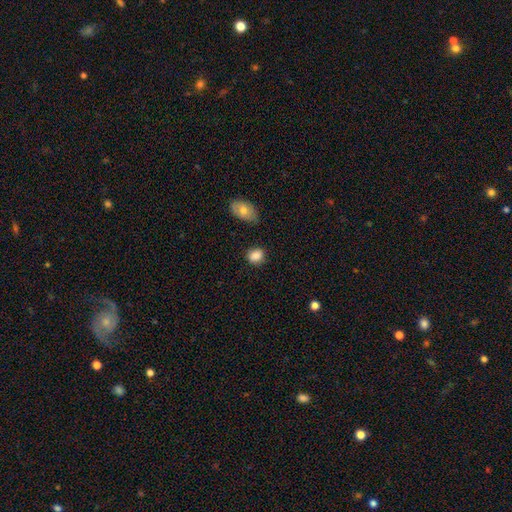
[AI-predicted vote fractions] This appears to be a smooth galaxy with no disk features (85%) that is round (56%). Merging: none (77%).